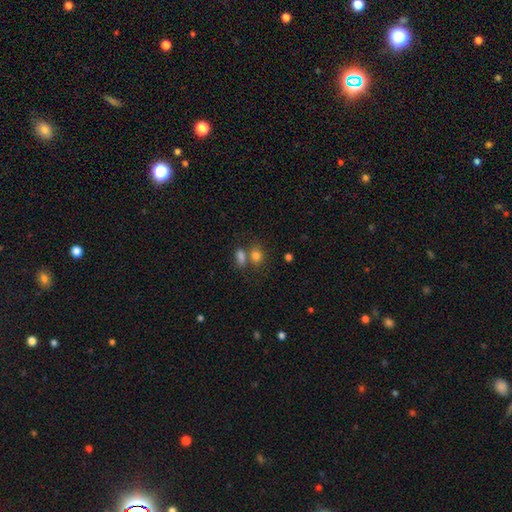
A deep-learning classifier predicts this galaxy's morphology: Smooth or featured: smooth — 79% (star or artifact — 12%)
How rounded: in between — 56% (round — 42%)
Merging: none — 45% (merger — 39%)